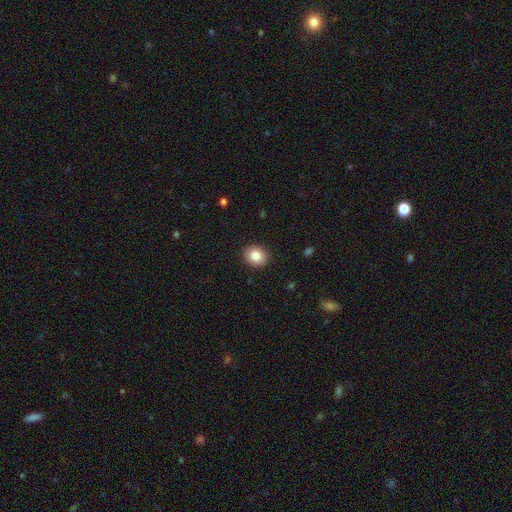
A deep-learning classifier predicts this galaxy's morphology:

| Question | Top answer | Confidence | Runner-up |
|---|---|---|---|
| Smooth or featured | smooth | 84% | star or artifact (9%) |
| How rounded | round | 67% | in between (32%) |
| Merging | none | 90% | minor disturbance (7%) |